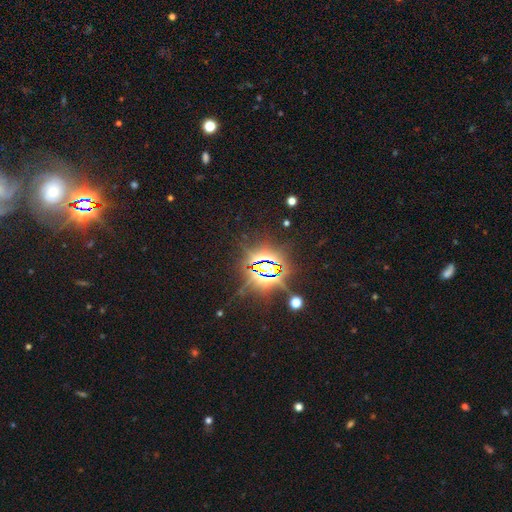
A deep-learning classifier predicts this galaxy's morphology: This is clearly a star or artifact rather than a galaxy (86%).